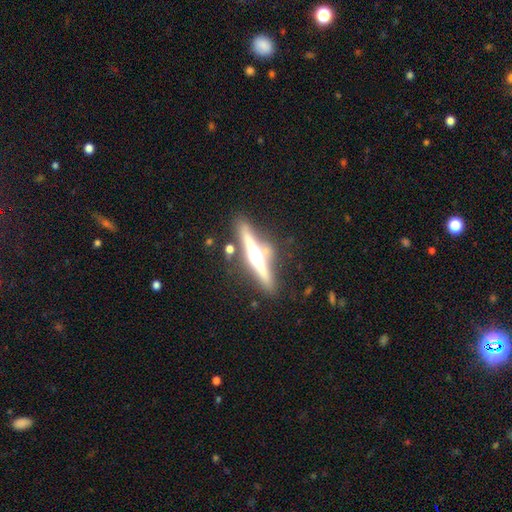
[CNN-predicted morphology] Smooth or featured? Predicted: featured or disk (p=0.77). Edge-on disk? Predicted: yes (p=0.97). Edge-on bulge? Predicted: rounded (p=0.88). Merging? Predicted: none (p=0.82).